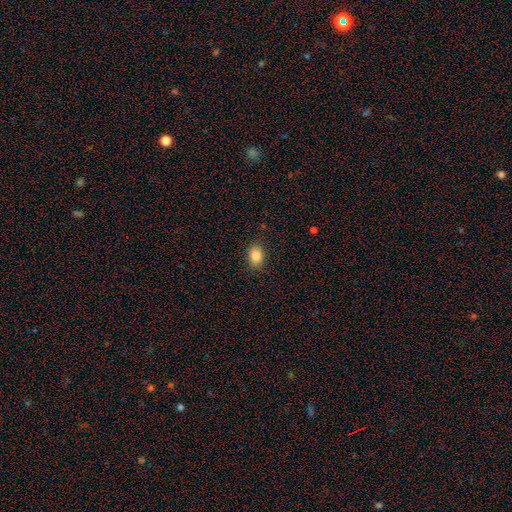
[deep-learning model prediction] Overall: smooth (87%). How rounded: in between (76%). Merging: none (85%).